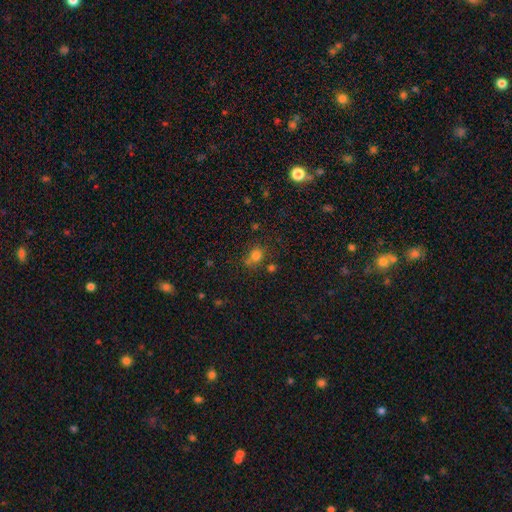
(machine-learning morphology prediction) A smooth galaxy with no disk features (76%) that is round (69%). Merging: none (61%).